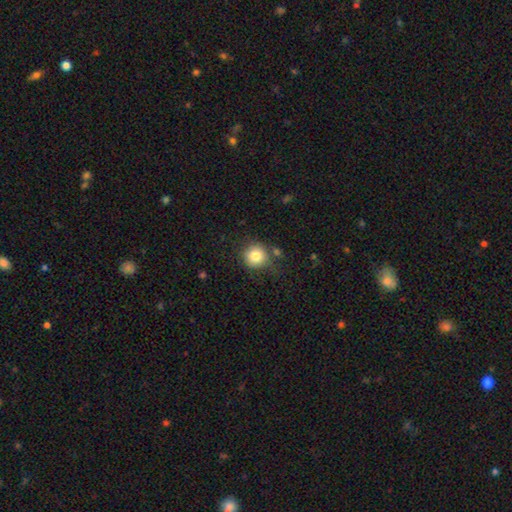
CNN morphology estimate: Smooth or featured? Predicted: smooth (p=0.81). How rounded? Predicted: round (p=0.92). Merging? Predicted: none (p=0.74).